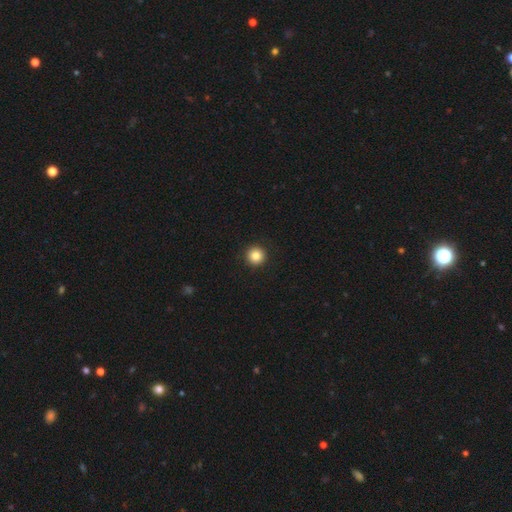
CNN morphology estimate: Smooth or featured: smooth — 85% (star or artifact — 10%)
How rounded: round — 96% (in between — 3%)
Merging: none — 94% (minor disturbance — 4%)